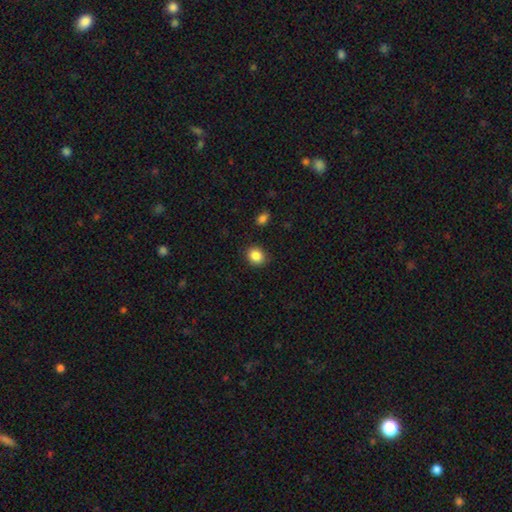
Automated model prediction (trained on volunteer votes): This appears to be a smooth galaxy with no disk features (86%) that is round (72%). Merging: none (87%).